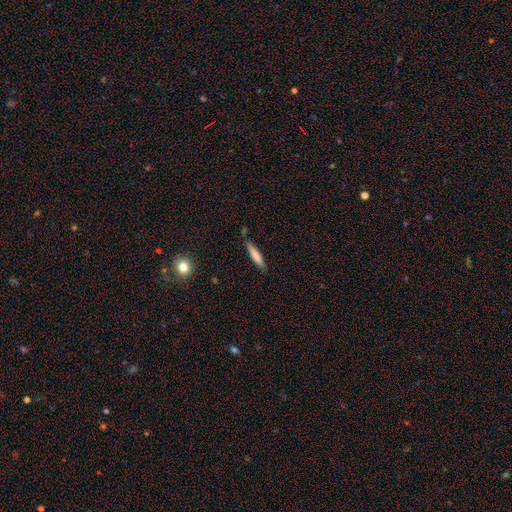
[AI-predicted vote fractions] Q: Smooth or featured?
A: smooth (75%); runner-up: featured or disk (18%)
Q: How rounded?
A: cigar-shaped (88%); runner-up: in between (11%)
Q: Merging?
A: none (80%); runner-up: minor disturbance (14%)